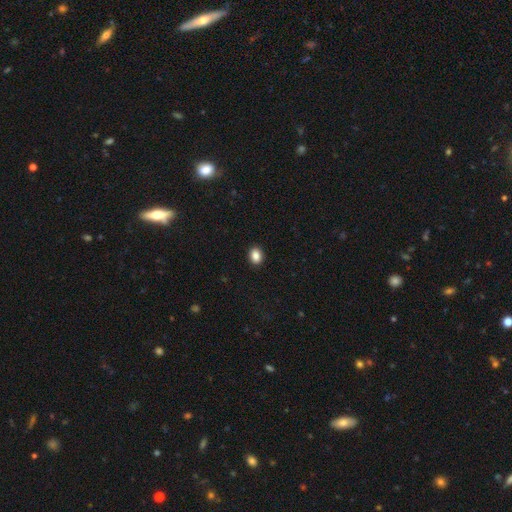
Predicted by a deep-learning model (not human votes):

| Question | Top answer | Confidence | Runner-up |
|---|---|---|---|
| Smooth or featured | smooth | 87% | star or artifact (9%) |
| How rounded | in between | 53% | round (46%) |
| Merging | none | 92% | minor disturbance (6%) |